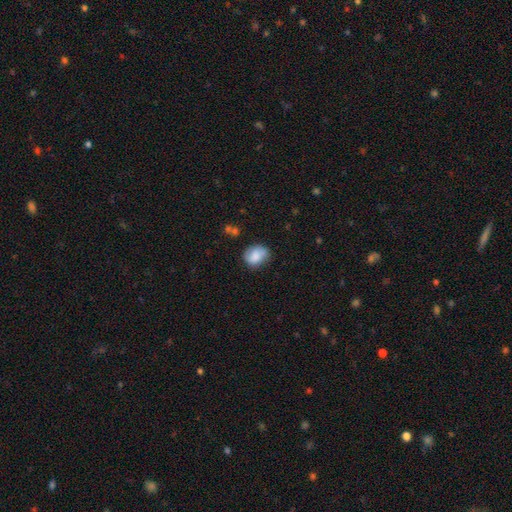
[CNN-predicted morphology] smooth-or-featured: smooth: 75% | featured or disk: 17% | star or artifact: 8%
  how-rounded: in between: 51% | round: 48% | cigar-shaped: 1%
  merging: none: 63% | minor disturbance: 26% | major disturbance: 7% | merger: 4%